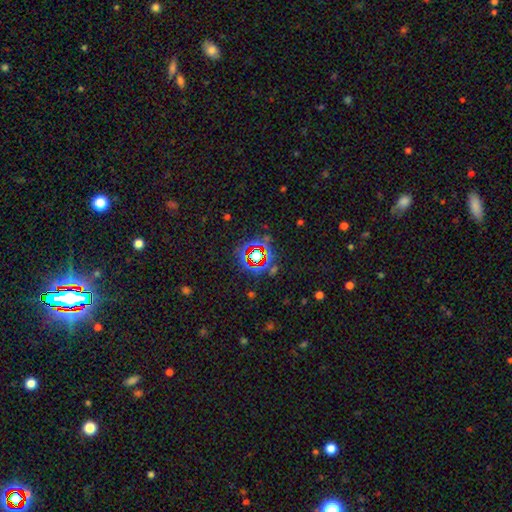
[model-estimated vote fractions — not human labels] Smooth or featured?
  - star or artifact: 72% *
  - smooth: 17%
  - featured or disk: 10%